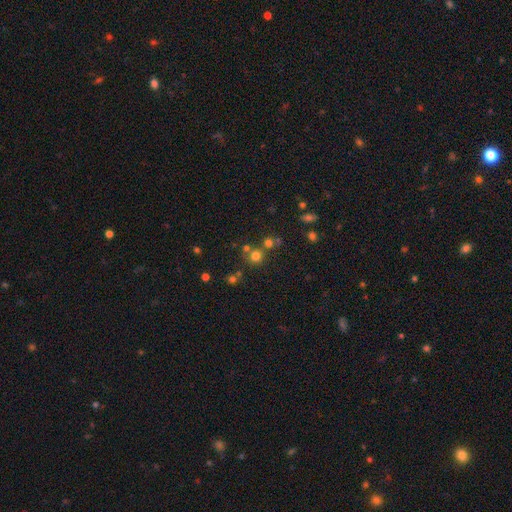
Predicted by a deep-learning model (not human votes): Smooth or featured: smooth — 67% (star or artifact — 24%)
How rounded: round — 91% (in between — 8%)
Merging: none — 67% (merger — 22%)